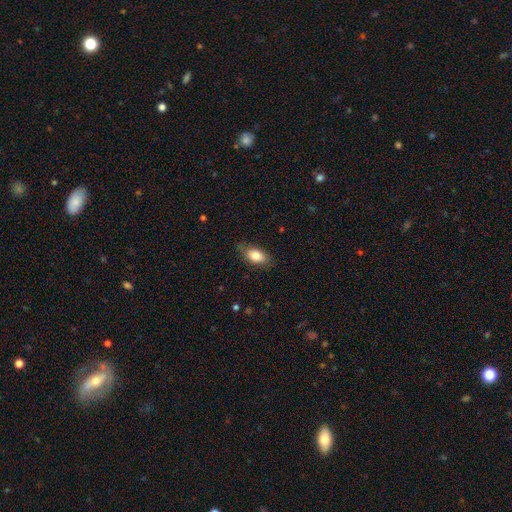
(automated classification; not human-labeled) smooth-or-featured: smooth: 81% | featured or disk: 12% | star or artifact: 7%
  how-rounded: in between: 90% | round: 6% | cigar-shaped: 4%
  merging: none: 78% | minor disturbance: 17% | major disturbance: 4% | merger: 1%